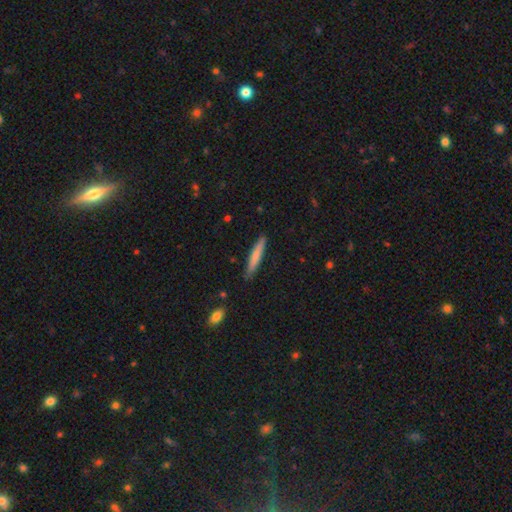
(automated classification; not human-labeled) Smooth or featured?
  - smooth: 72% *
  - featured or disk: 22%
  - star or artifact: 5%
How rounded?
  - cigar-shaped: 93% *
  - in between: 6%
  - round: 1%
Merging?
  - none: 87% *
  - minor disturbance: 10%
  - major disturbance: 2%
  - merger: 1%